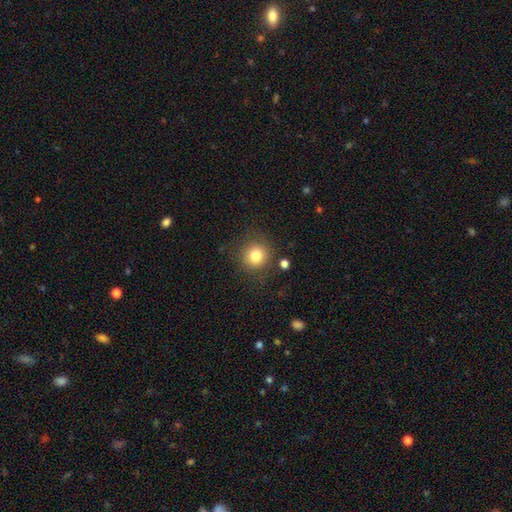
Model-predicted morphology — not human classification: A smooth galaxy with no disk features (81%) that is round (91%). Merging: none (83%).